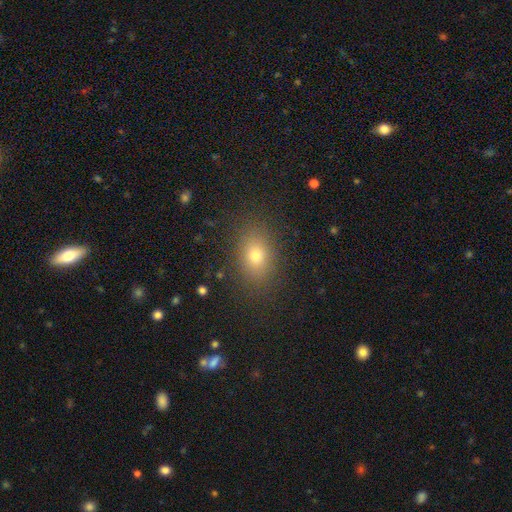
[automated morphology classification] Smooth or featured: smooth — 76% (star or artifact — 13%)
How rounded: in between — 72% (round — 27%)
Merging: none — 85% (minor disturbance — 10%)